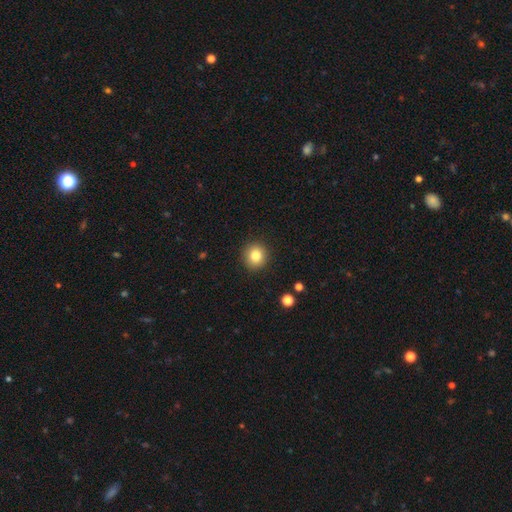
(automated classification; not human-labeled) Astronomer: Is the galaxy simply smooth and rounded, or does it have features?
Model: smooth — 82%.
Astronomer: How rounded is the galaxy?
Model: round — 89%.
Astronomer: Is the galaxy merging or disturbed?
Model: none — 91%.